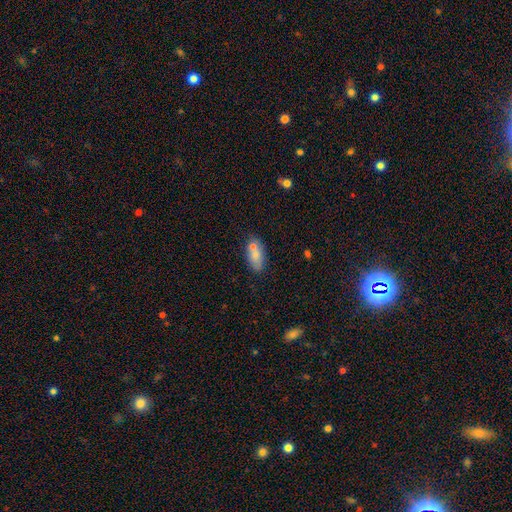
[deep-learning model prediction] Smooth or featured? smooth (74%)
How rounded? in between (87%)
Merging? none (58%)